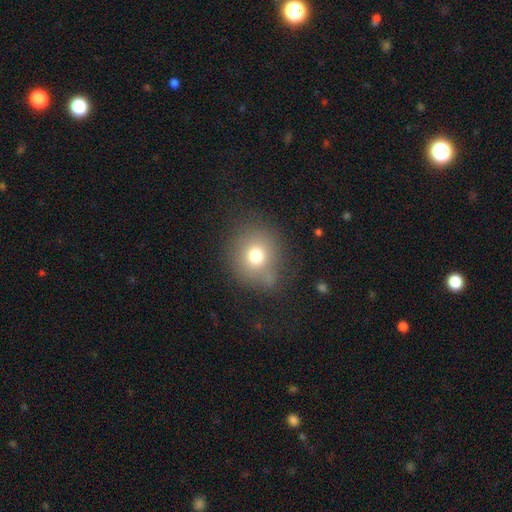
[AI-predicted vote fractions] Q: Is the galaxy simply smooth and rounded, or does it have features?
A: smooth — 73%.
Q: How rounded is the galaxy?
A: round — 82%.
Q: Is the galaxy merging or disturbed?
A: none — 71%.